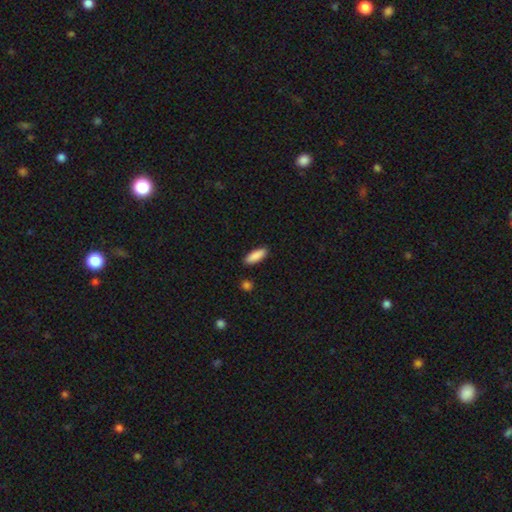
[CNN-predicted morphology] The model was most divided on "how rounded": in between: 66%, cigar-shaped: 33%, round: 2%. More confident: smooth or featured — smooth (89%); merging — none (88%).